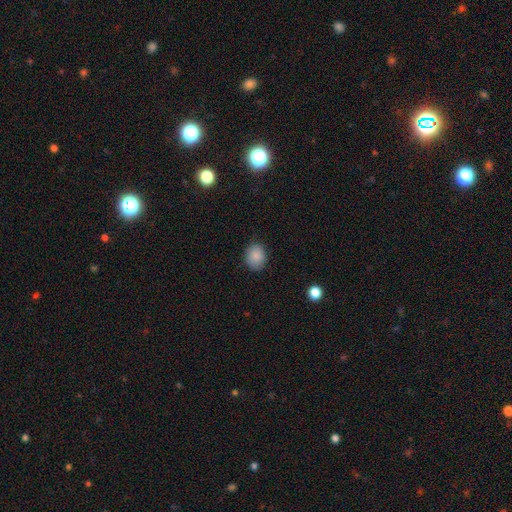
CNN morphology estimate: This is clearly a smooth galaxy (88%). How rounded: possibly round (55%). Merging: clearly none (83%).